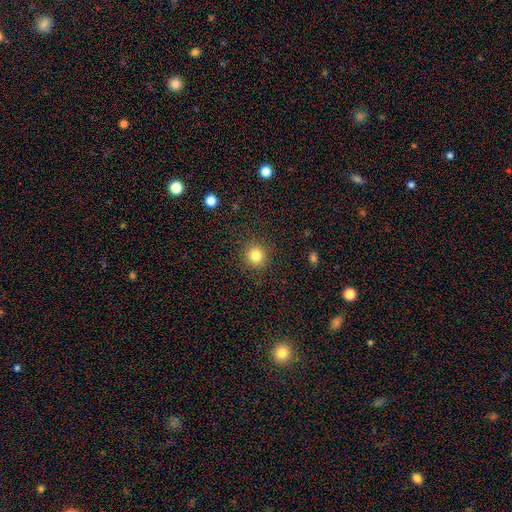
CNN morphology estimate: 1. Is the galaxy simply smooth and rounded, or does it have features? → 82% smooth, 12% star or artifact, 6% featured or disk.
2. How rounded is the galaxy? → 94% round, 6% in between, 1% cigar-shaped.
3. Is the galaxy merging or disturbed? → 90% none, 6% minor disturbance, 3% major disturbance, 1% merger.